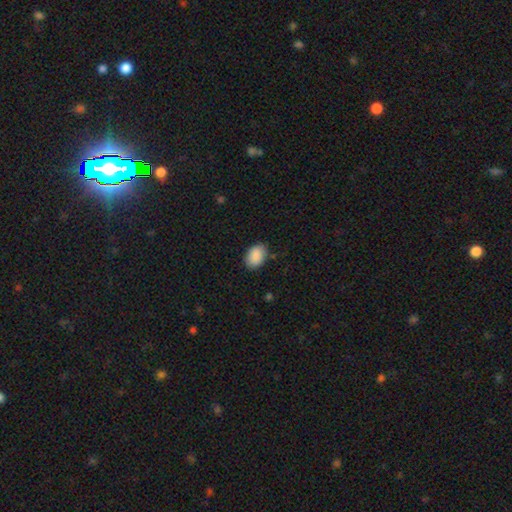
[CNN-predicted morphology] The model was most divided on "how rounded": in between: 83%, round: 16%, cigar-shaped: 1%. More confident: smooth or featured — smooth (90%); merging — none (82%).